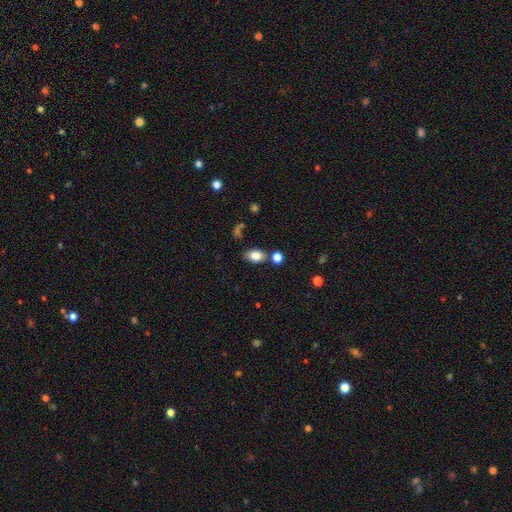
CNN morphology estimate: Smooth or featured?
  - smooth: 82% *
  - star or artifact: 10%
  - featured or disk: 8%
How rounded?
  - in between: 82% *
  - round: 17%
  - cigar-shaped: 2%
Merging?
  - none: 67% *
  - minor disturbance: 14%
  - merger: 13%
  - major disturbance: 5%